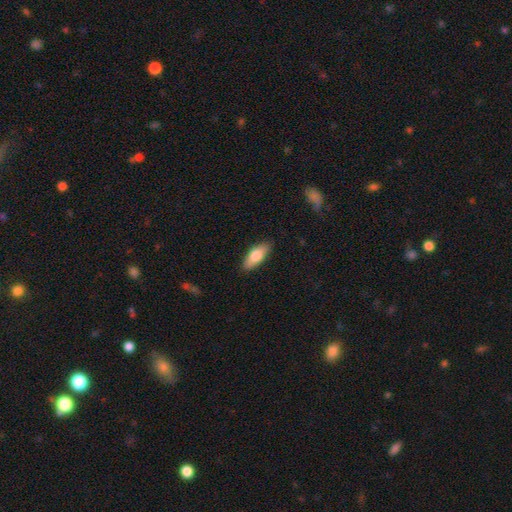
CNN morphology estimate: Overall: smooth (78%). How rounded: in between (76%). Merging: none (87%).